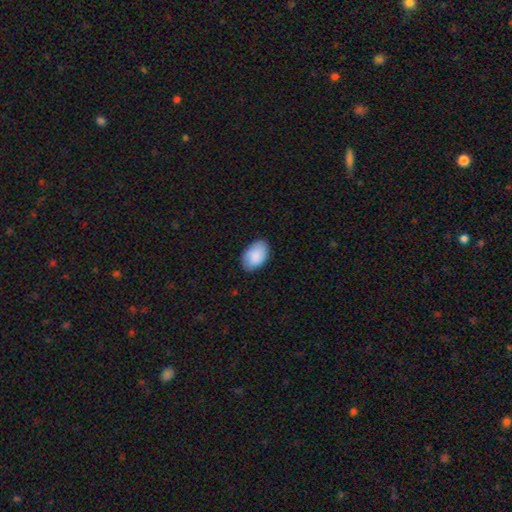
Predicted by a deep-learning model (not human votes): Overall: smooth (88%). How rounded: in between (93%). Merging: none (83%).